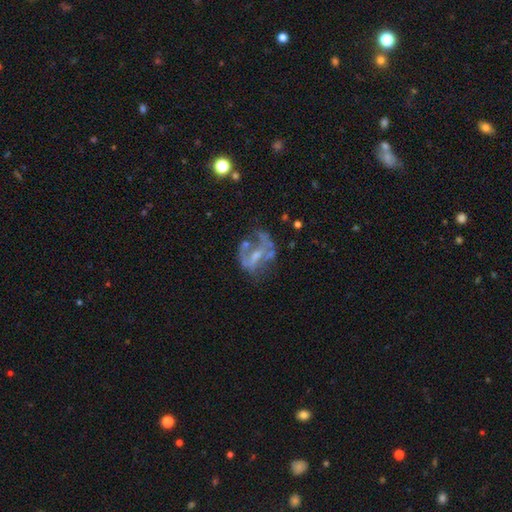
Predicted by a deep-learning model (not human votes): This appears to be a featured or disk galaxy (69%) with no bar (45%), no spiral arms (58%) and a small central bulge (39%). Merging: none (37%).